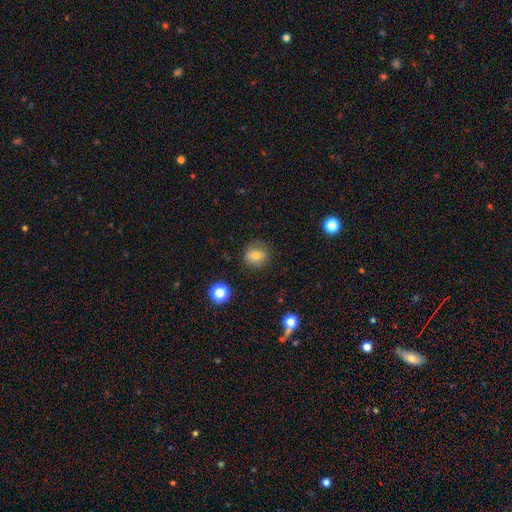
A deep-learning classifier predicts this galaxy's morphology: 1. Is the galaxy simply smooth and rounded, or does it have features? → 71% smooth, 17% featured or disk, 12% star or artifact.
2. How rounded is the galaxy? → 79% round, 20% in between, 1% cigar-shaped.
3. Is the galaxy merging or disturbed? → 80% none, 14% minor disturbance, 5% major disturbance, 2% merger.